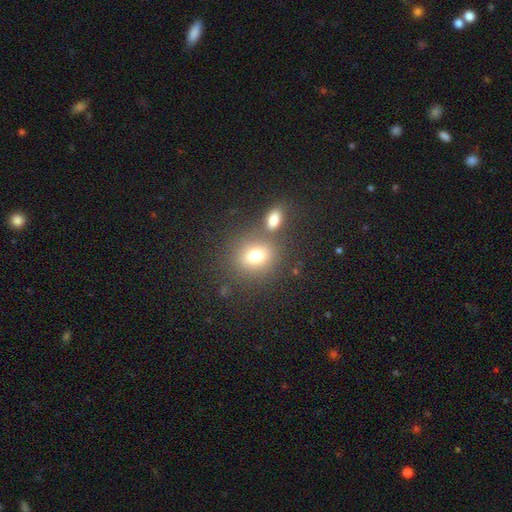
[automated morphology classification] The model was most divided on "how rounded": round: 69%, in between: 30%, cigar-shaped: 1%. More confident: smooth or featured — smooth (74%); merging — none (65%).